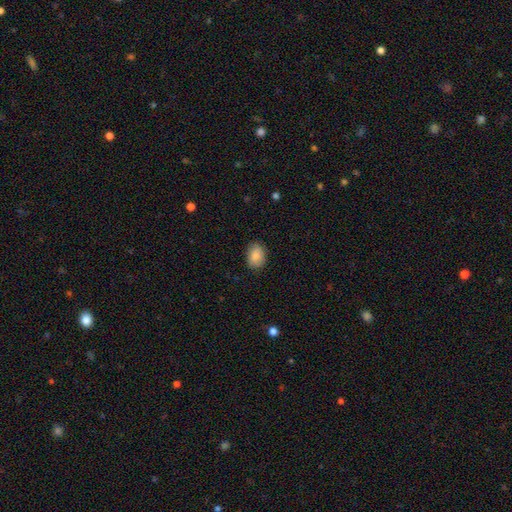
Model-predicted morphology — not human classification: smooth_or_featured: smooth (p=0.87) [alt: star or artifact p=0.07]
how_rounded: in between (p=0.75) [alt: round p=0.24]
merging: none (p=0.86) [alt: minor disturbance p=0.11]